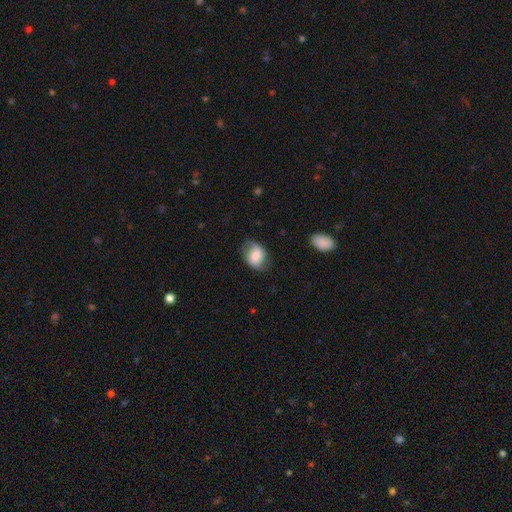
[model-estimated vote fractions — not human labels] The model was most divided on "smooth or featured": smooth: 65%, featured or disk: 28%, star or artifact: 8%. More confident: how rounded — in between (71%); merging — none (66%).